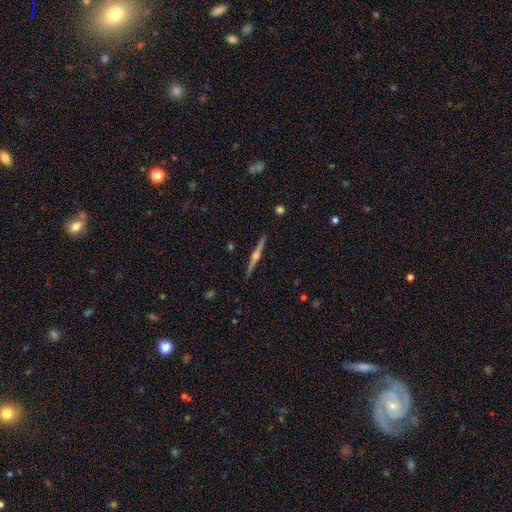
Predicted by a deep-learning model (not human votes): Overall: featured or disk (82%). Edge-on disk: yes (99%). Edge-on bulge: rounded (89%). Merging: none (92%).